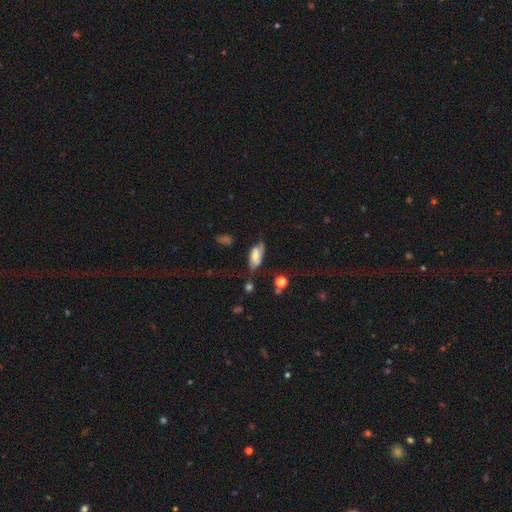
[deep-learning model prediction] A smooth galaxy with no disk features (48%). Merging: none (44%).